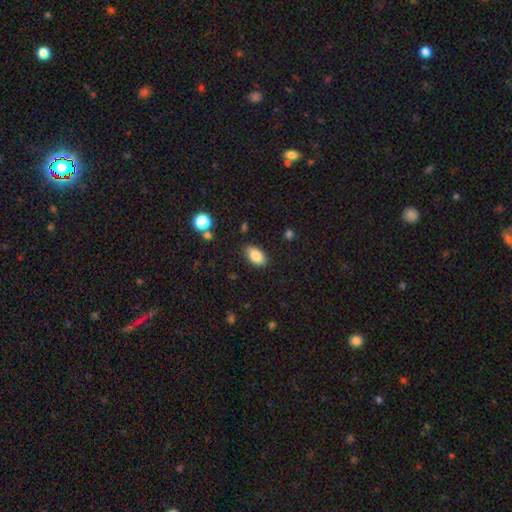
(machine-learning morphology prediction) smooth_or_featured: smooth (p=0.86) [alt: star or artifact p=0.08]
how_rounded: in between (p=0.91) [alt: round p=0.06]
merging: none (p=0.85) [alt: minor disturbance p=0.11]